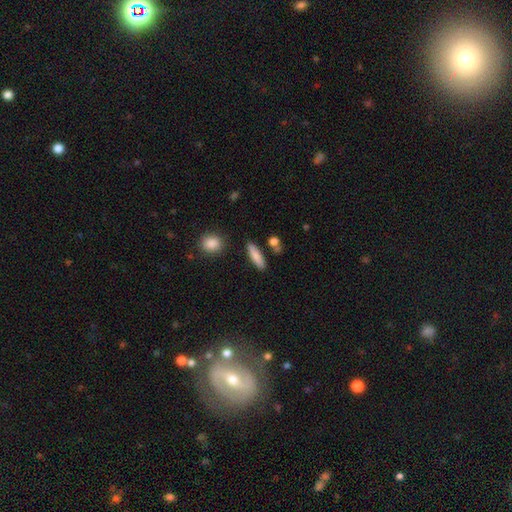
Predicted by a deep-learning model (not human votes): Morphology: type=smooth (84%); roundness=cigar-shaped (64%); merging=none (84%).